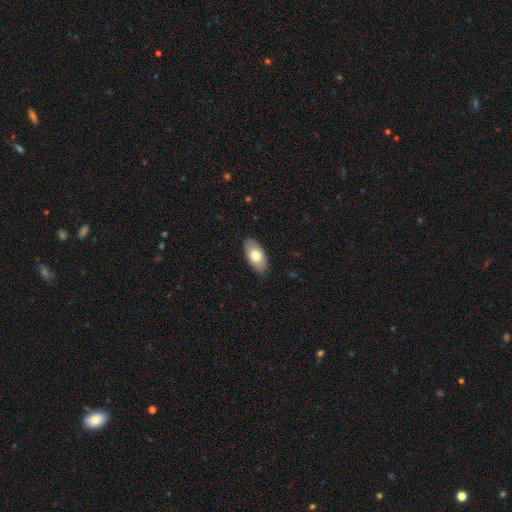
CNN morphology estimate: A smooth galaxy with no disk features (73%) that is in between round and cigar-shaped (94%).

Vote fractions:
- Smooth or featured? smooth: 73% / featured or disk: 22% / star or artifact: 6%
- How rounded? in between: 94% / round: 3% / cigar-shaped: 2%
- Merging? none: 87% / minor disturbance: 10% / major disturbance: 2% / merger: 1%